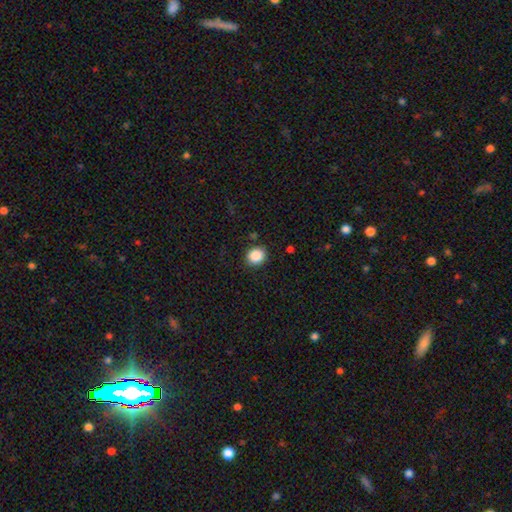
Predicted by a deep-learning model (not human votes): Smooth or featured: smooth — 88% (star or artifact — 9%)
How rounded: round — 73% (in between — 26%)
Merging: none — 87% (minor disturbance — 9%)